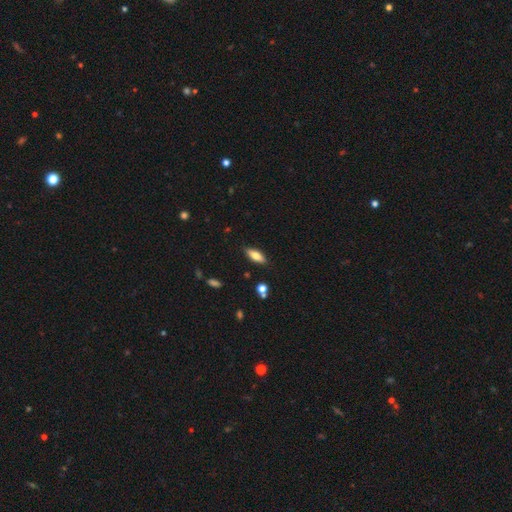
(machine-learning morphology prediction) The model was most divided on "how rounded": in between: 70%, cigar-shaped: 27%, round: 2%. More confident: merging — none (87%); smooth or featured — smooth (69%).